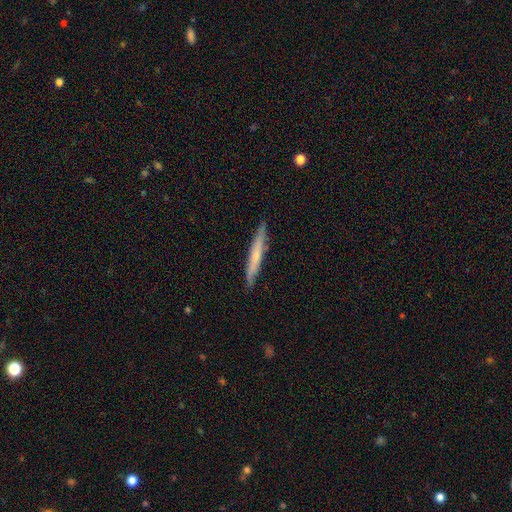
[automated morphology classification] A smooth galaxy with no disk features (50%). Merging: none (87%).